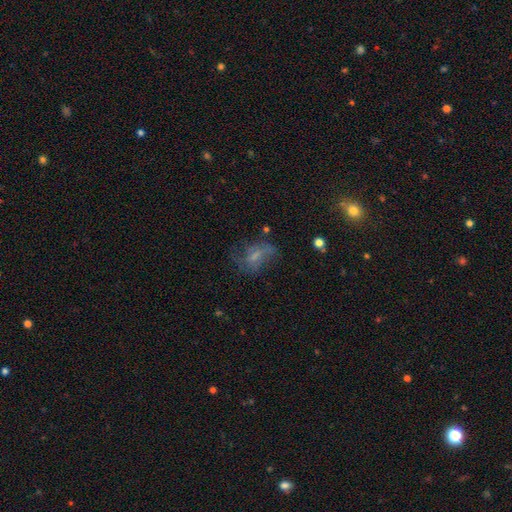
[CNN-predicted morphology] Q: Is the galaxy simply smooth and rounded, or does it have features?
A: featured or disk — 46%.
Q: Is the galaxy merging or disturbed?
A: none — 42%.